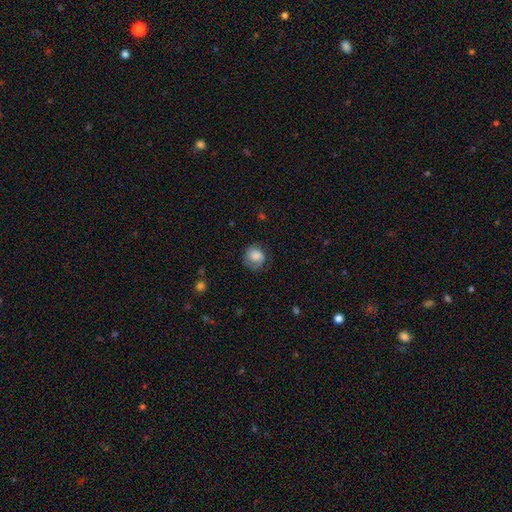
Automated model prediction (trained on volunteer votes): Smooth or featured? Predicted: smooth (p=0.67). How rounded? Predicted: round (p=0.81). Merging? Predicted: none (p=0.65).